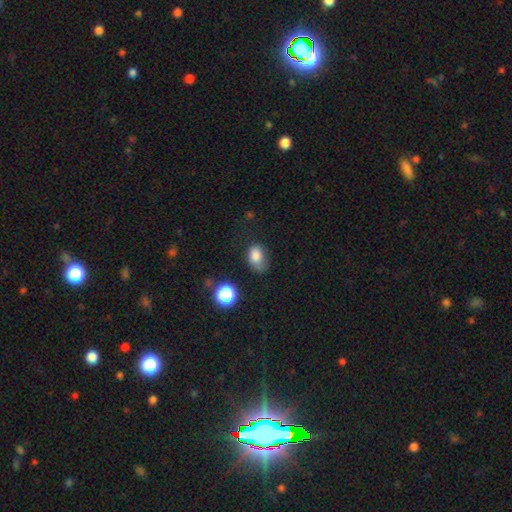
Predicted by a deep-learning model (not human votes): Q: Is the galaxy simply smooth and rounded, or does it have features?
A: smooth — 80%.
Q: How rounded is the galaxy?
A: in between — 78%.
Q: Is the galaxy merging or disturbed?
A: none — 44%.